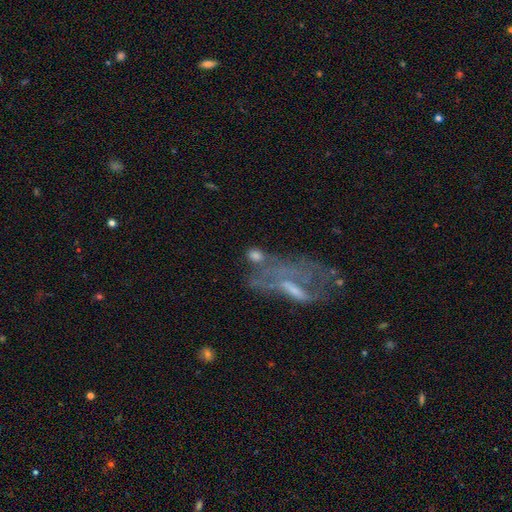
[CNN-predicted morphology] smooth_or_featured: smooth (p=0.68) [alt: featured or disk p=0.21]
how_rounded: round (p=0.47) [alt: in between p=0.44]
merging: none (p=0.48) [alt: merger p=0.22]